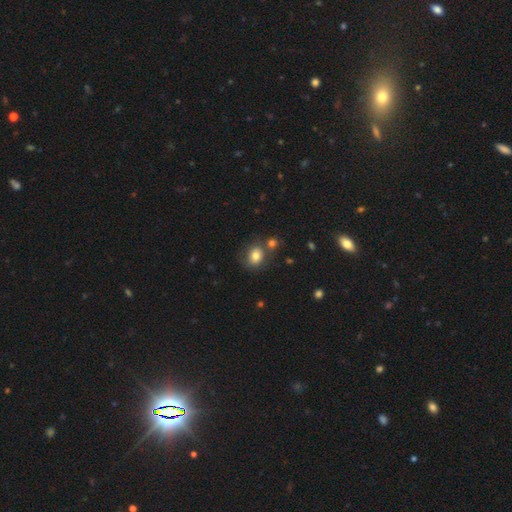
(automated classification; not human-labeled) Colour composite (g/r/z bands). It shows a smooth galaxy with no disk features (80%) that is round (55%). Merging: none (62%).